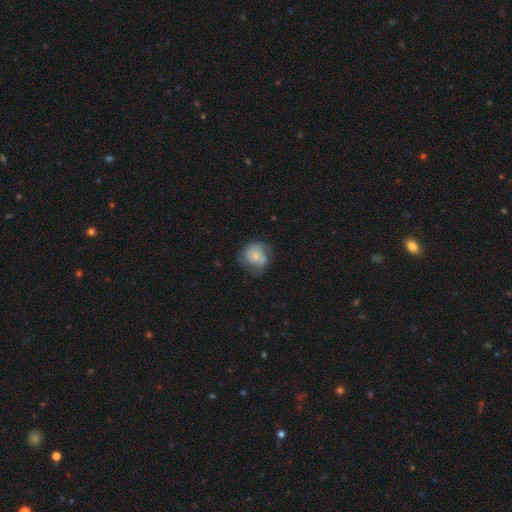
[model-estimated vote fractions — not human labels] The model was most divided on "smooth or featured": featured or disk: 50%, smooth: 42%, star or artifact: 7%. More confident: edge-on disk — no (98%); merging — none (60%).